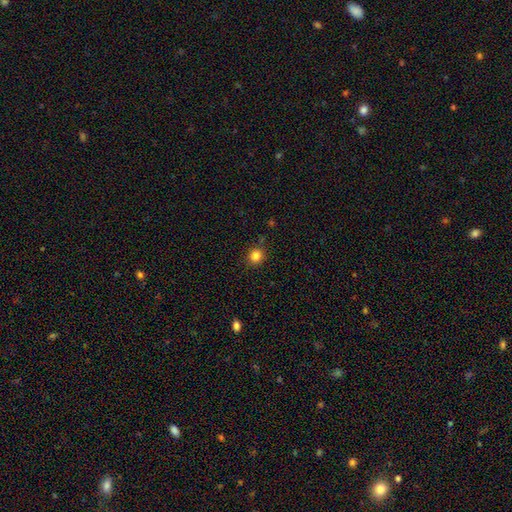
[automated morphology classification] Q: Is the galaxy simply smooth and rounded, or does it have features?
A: smooth — 84%.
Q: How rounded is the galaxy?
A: round — 88%.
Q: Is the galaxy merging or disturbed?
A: none — 87%.